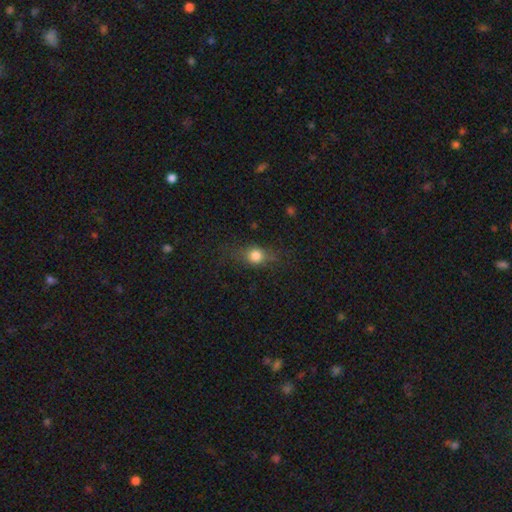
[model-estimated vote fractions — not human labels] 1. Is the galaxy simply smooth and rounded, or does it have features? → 75% smooth, 13% star or artifact, 13% featured or disk.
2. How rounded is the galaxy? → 63% round, 32% in between, 4% cigar-shaped.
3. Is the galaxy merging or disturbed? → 71% none, 19% minor disturbance, 9% major disturbance, 1% merger.